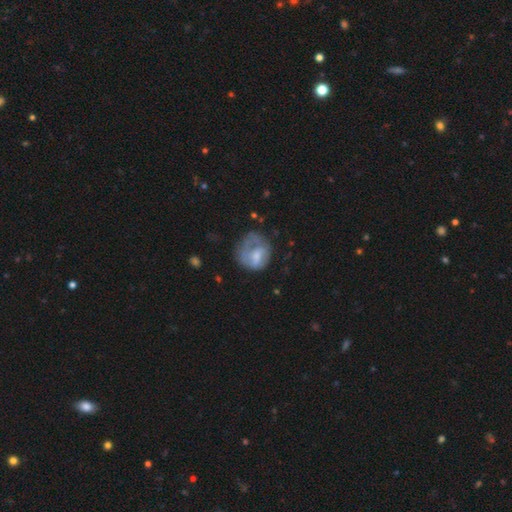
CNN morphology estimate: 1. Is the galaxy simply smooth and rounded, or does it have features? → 52% smooth, 39% featured or disk, 9% star or artifact.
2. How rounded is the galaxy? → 68% round, 31% in between, 1% cigar-shaped.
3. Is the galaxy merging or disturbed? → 36% none, 34% major disturbance, 26% minor disturbance, 4% merger.